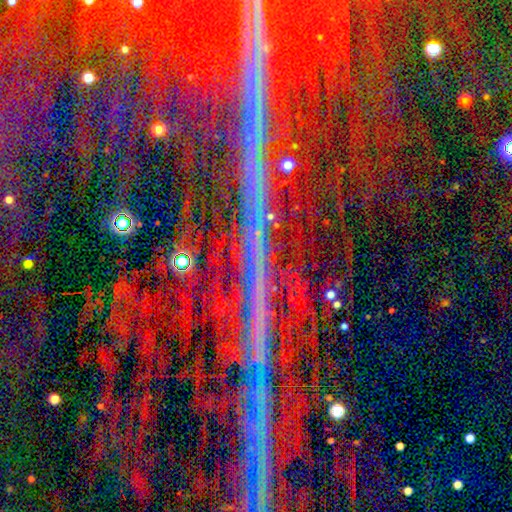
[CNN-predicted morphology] star or artifact 86%, featured or disk 8%, smooth 6%.